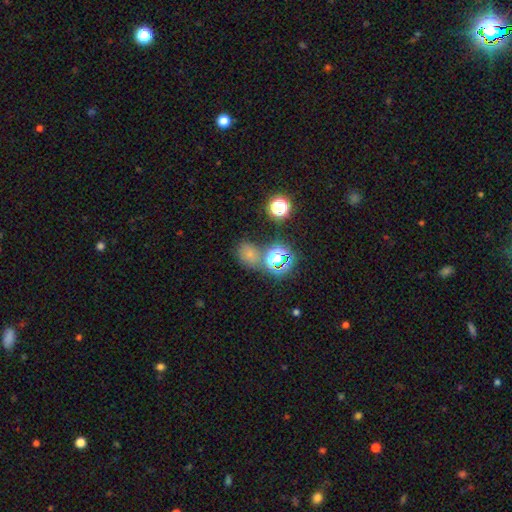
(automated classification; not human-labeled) Smooth or featured: star or artifact — 54% (smooth — 36%)